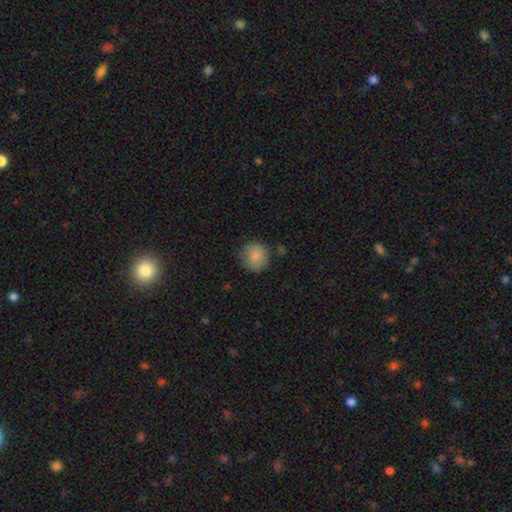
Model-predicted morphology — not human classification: The model was most divided on "merging": none: 80%, minor disturbance: 14%, major disturbance: 4%, merger: 2%. More confident: how rounded — round (92%); smooth or featured — smooth (86%).